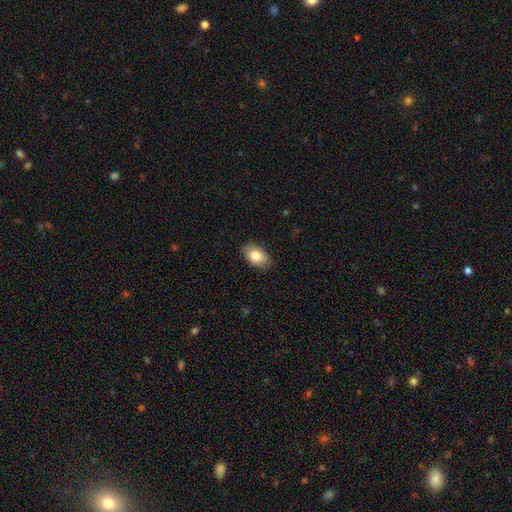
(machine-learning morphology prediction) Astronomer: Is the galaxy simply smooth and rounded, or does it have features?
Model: smooth — 81%.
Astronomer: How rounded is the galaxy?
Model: in between — 92%.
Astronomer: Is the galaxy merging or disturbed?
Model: none — 87%.